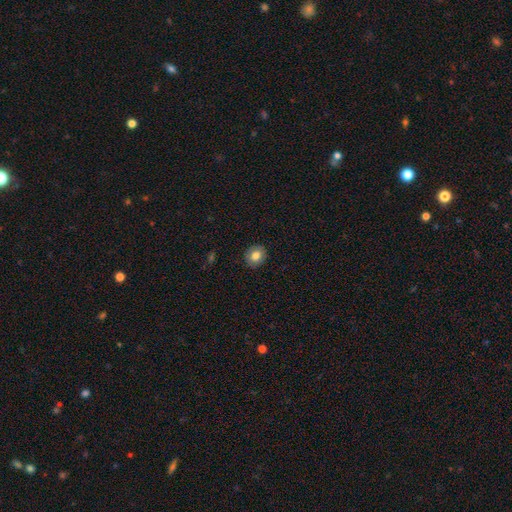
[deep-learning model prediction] Smooth or featured? smooth (81%)
How rounded? round (70%)
Merging? none (89%)